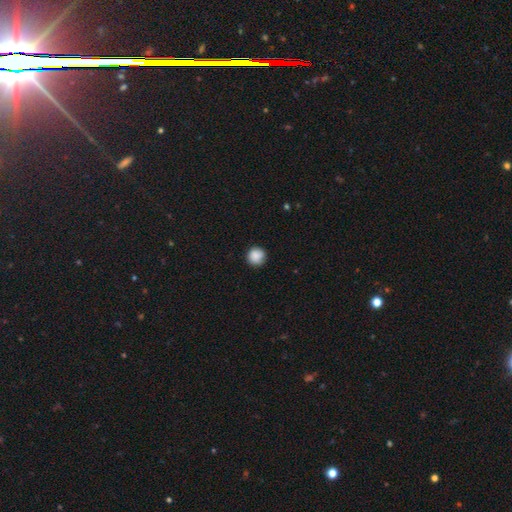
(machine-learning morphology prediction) type=smooth (88%); roundness=round (94%); merging=none (87%).